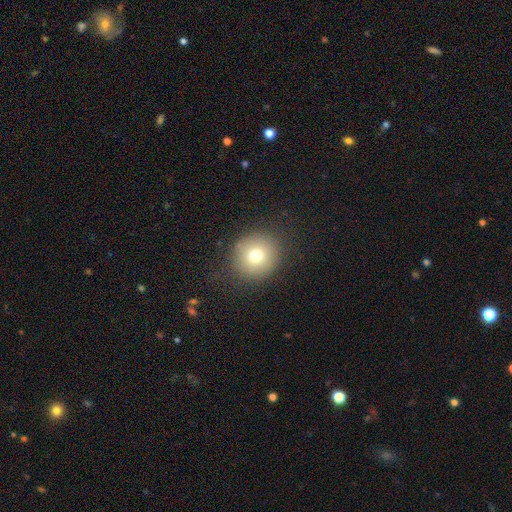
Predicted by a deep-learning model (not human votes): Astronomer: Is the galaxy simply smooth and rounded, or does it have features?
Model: smooth — 73%.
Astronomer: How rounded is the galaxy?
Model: round — 89%.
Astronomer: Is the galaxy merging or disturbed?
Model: none — 85%.